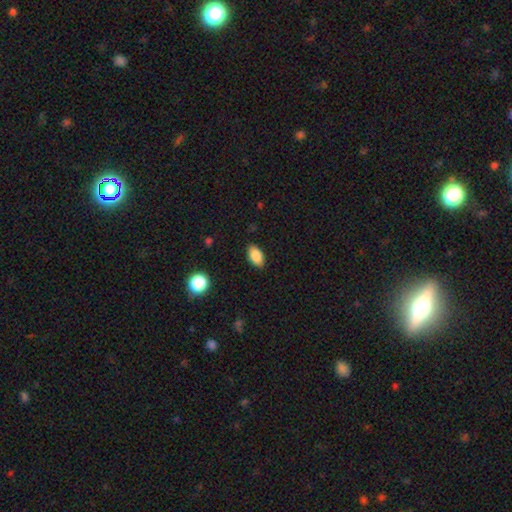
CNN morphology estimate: smooth-or-featured: smooth: 87% | star or artifact: 8% | featured or disk: 5%
  how-rounded: in between: 92% | round: 5% | cigar-shaped: 3%
  merging: none: 87% | minor disturbance: 10% | major disturbance: 2% | merger: 1%